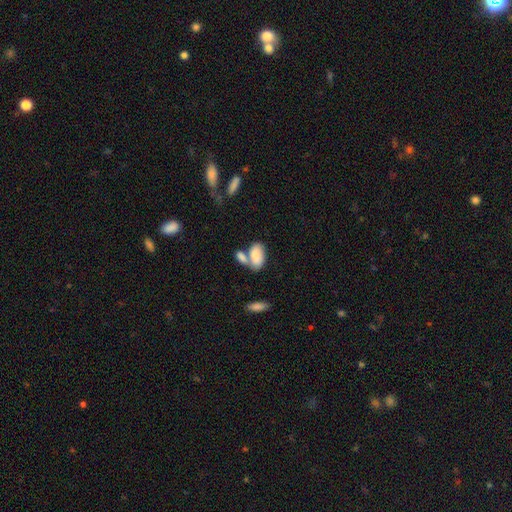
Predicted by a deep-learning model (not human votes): Smooth or featured?
  - smooth: 82% *
  - featured or disk: 11%
  - star or artifact: 7%
How rounded?
  - in between: 93% *
  - round: 4%
  - cigar-shaped: 2%
Merging?
  - merger: 51% *
  - none: 31%
  - minor disturbance: 11%
  - major disturbance: 6%